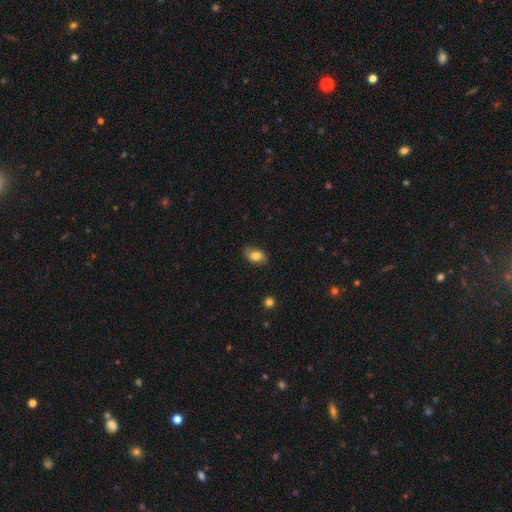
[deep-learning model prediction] Smooth or featured?
  - smooth: 78% *
  - featured or disk: 15%
  - star or artifact: 8%
How rounded?
  - in between: 90% *
  - round: 8%
  - cigar-shaped: 2%
Merging?
  - none: 79% *
  - minor disturbance: 16%
  - major disturbance: 4%
  - merger: 1%